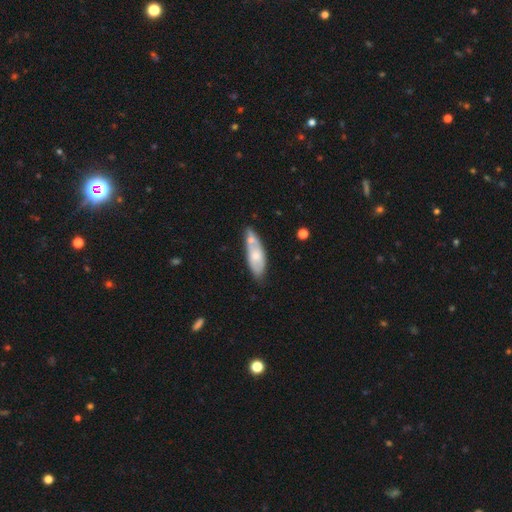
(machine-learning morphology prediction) This is possibly a smooth galaxy (56%). How rounded: likely in between (64%). Merging: possibly none (53%).